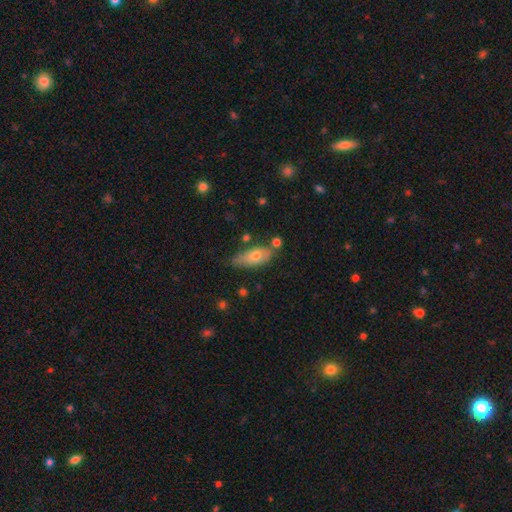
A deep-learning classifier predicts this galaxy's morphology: Smooth or featured?
  - smooth: 65% *
  - featured or disk: 28%
  - star or artifact: 7%
How rounded?
  - in between: 82% *
  - cigar-shaped: 15%
  - round: 4%
Merging?
  - none: 50% *
  - minor disturbance: 31%
  - merger: 10%
  - major disturbance: 9%